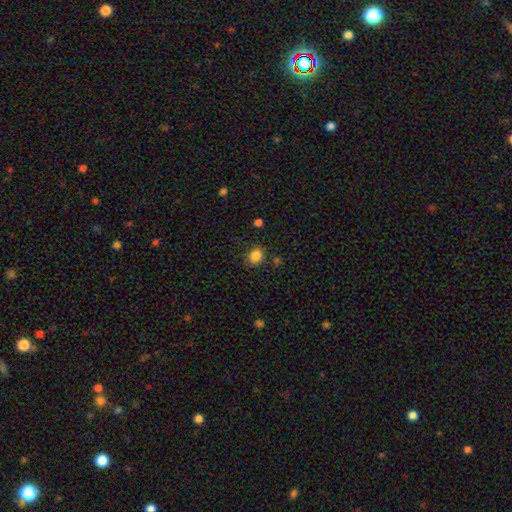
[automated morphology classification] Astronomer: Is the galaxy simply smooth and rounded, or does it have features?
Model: smooth — 85%.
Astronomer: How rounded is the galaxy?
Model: round — 54% (runner-up: in between, 45%).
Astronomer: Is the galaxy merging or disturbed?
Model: none — 78%.